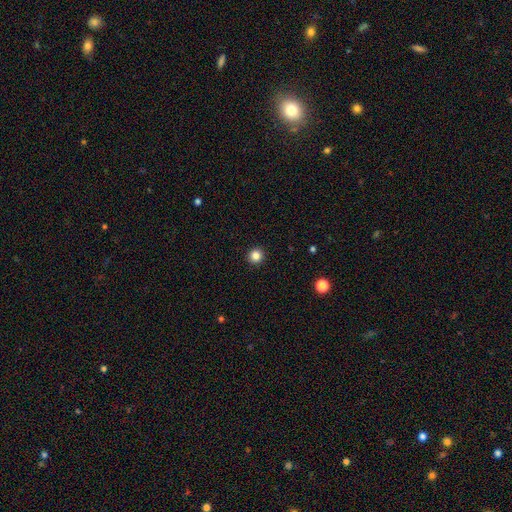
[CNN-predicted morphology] smooth_or_featured: smooth (p=0.85) [alt: star or artifact p=0.11]
how_rounded: round (p=0.95) [alt: in between p=0.04]
merging: none (p=0.94) [alt: minor disturbance p=0.04]